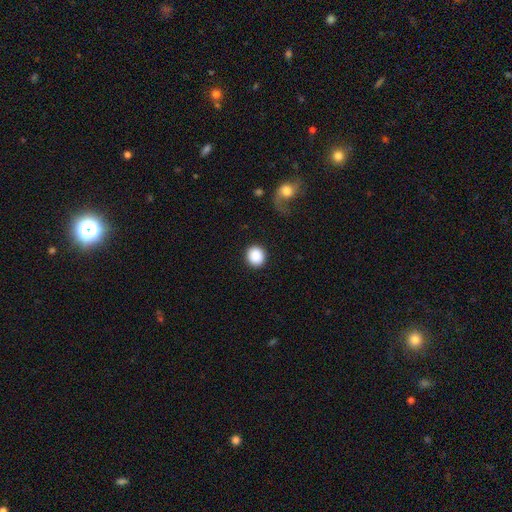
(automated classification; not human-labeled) smooth-or-featured: smooth: 89% | star or artifact: 7% | featured or disk: 4%
  how-rounded: round: 88% | in between: 11% | cigar-shaped: 1%
  merging: none: 88% | minor disturbance: 6% | major disturbance: 4% | merger: 2%